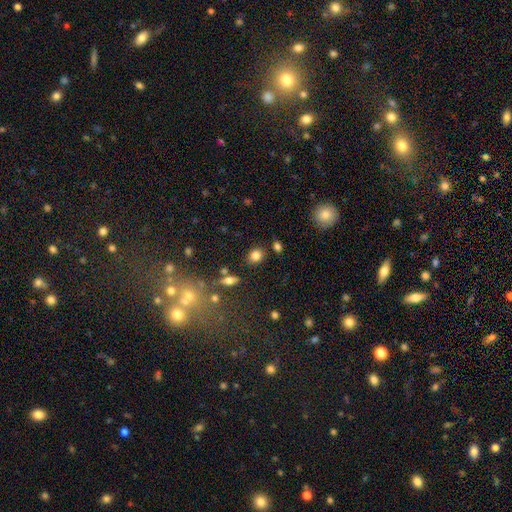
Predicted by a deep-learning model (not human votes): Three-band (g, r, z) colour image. It shows a smooth galaxy with no disk features (82%) that is round (62%). Merging: none (82%).